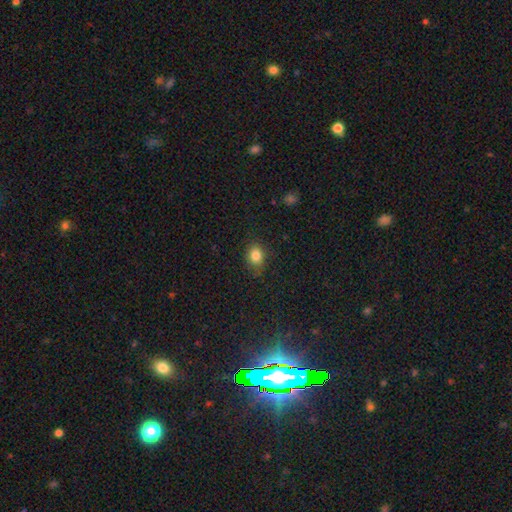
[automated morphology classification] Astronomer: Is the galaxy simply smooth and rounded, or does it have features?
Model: smooth — 83%.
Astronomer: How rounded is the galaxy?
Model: in between — 51% (runner-up: round, 48%).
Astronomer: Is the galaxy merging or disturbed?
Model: none — 80%.